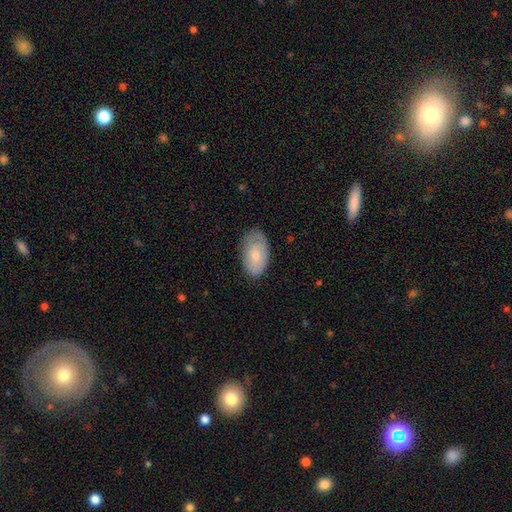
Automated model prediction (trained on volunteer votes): Overall: smooth (75%). How rounded: in between (94%). Merging: none (76%).